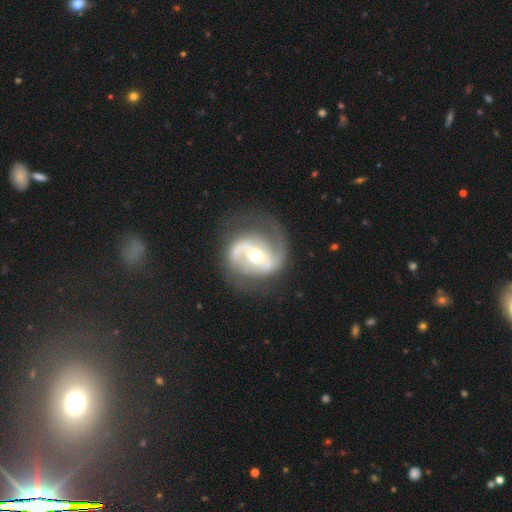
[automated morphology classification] Smooth or featured? Predicted: featured or disk (p=0.88). Edge-on disk? Predicted: no (p=0.98). Bar? Predicted: weak (p=0.38). Spiral arms? Predicted: yes (p=0.95). Spiral winding? Predicted: medium (p=0.50). Spiral arm count? Predicted: 2 (p=0.85). Bulge size? Predicted: moderate (p=0.67). Merging? Predicted: none (p=0.69).